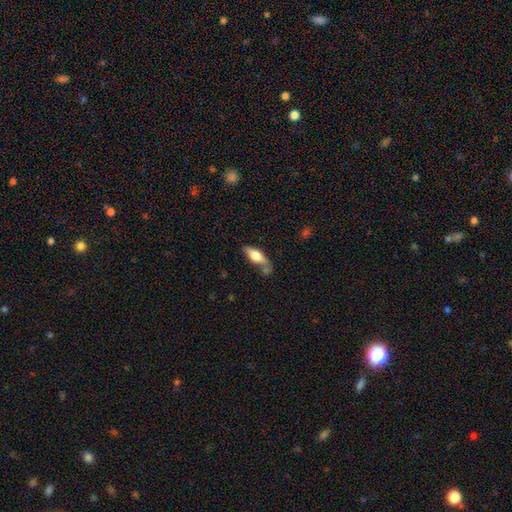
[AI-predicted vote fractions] Smooth or featured? smooth (61%)
How rounded? in between (61%)
Merging? none (57%)